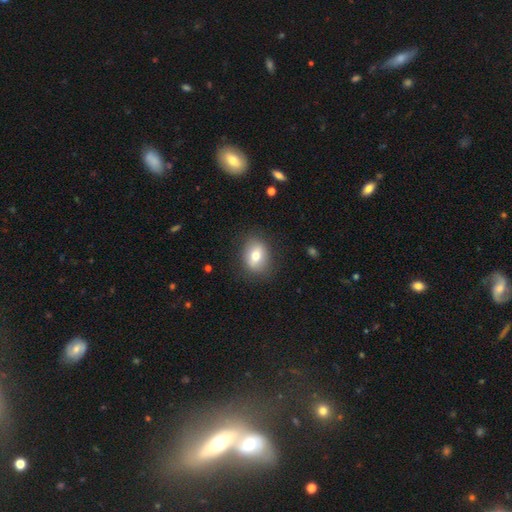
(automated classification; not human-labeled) A smooth galaxy with no disk features (70%) that is in between round and cigar-shaped (59%). Merging: none (83%).